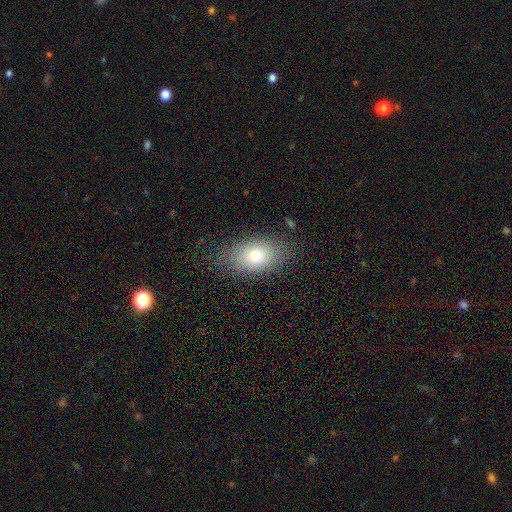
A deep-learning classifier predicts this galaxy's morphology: A smooth galaxy with no disk features (77%) that is in between round and cigar-shaped (88%). Merging: none (81%).